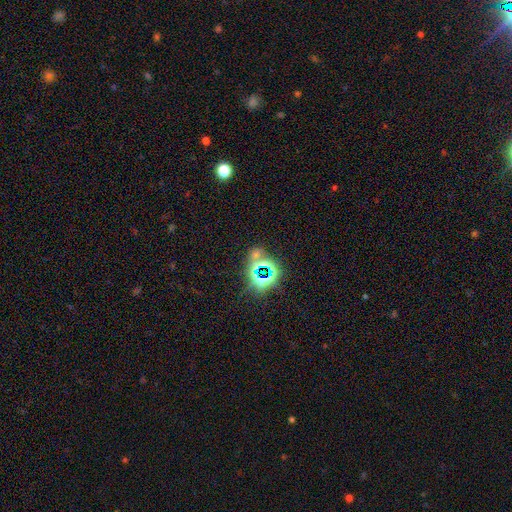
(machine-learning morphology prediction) A star or artifact, not a galaxy (69%).